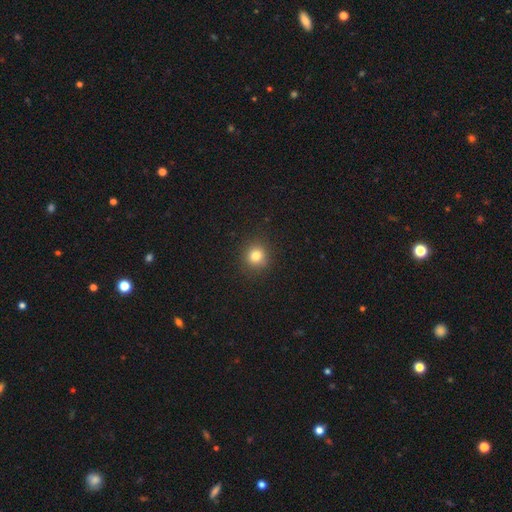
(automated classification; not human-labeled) A smooth galaxy with no disk features (81%) that is round (89%).

Vote fractions:
- Smooth or featured? smooth: 81% / star or artifact: 13% / featured or disk: 6%
- How rounded? round: 89% / in between: 10% / cigar-shaped: 1%
- Merging? none: 91% / minor disturbance: 6% / major disturbance: 2% / merger: 1%